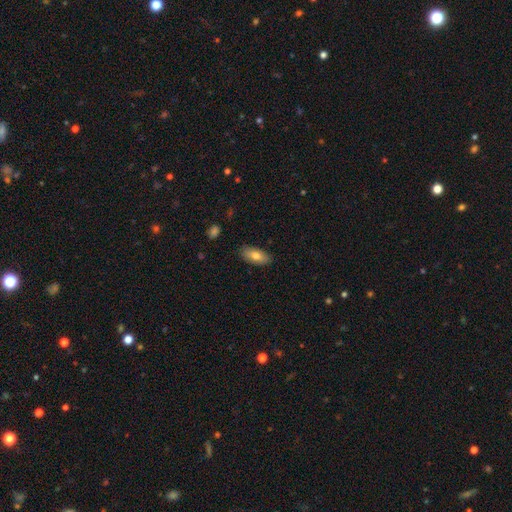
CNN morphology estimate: type=smooth (76%); roundness=in between (86%); merging=none (87%).